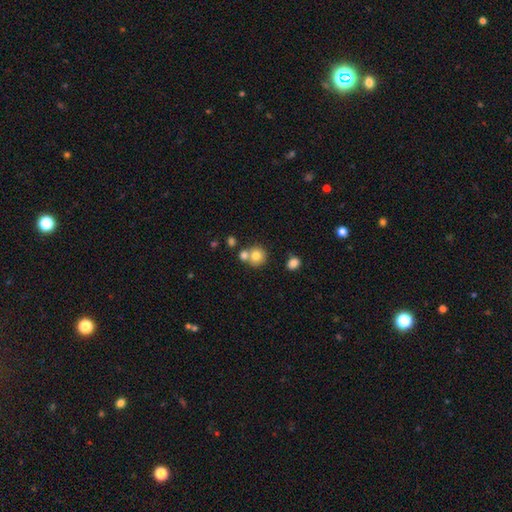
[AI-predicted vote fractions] Smooth or featured? Predicted: smooth (p=0.77). How rounded? Predicted: round (p=0.86). Merging? Predicted: none (p=0.50).